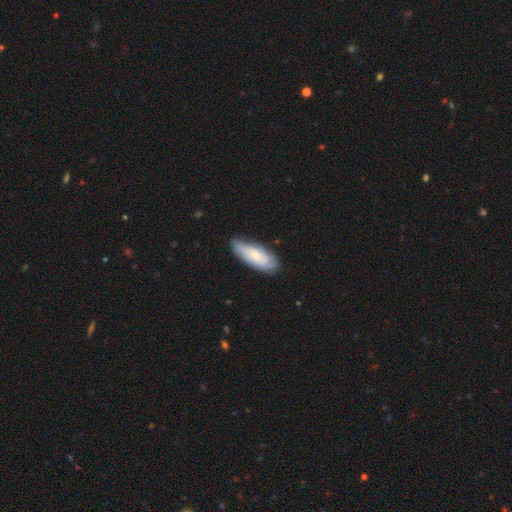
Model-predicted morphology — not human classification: A smooth galaxy with no disk features (51%) that is in between round and cigar-shaped (70%). Merging: none (74%).